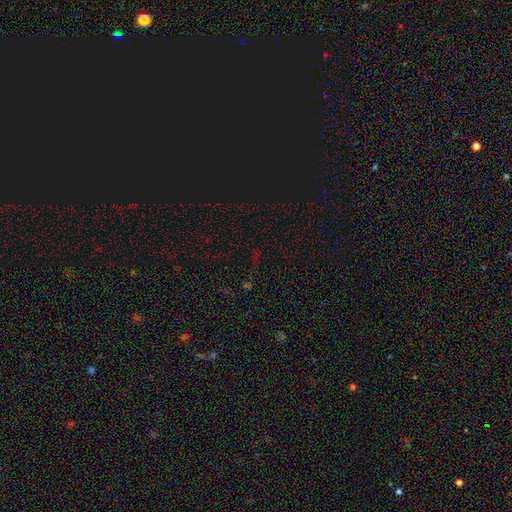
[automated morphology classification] type=star or artifact (72%).